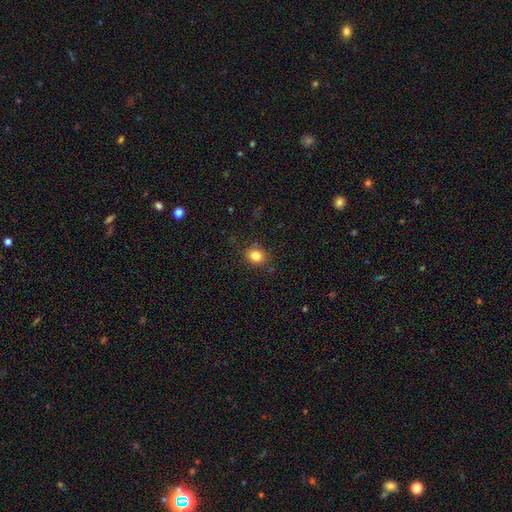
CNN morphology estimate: Smooth or featured? Predicted: smooth (p=0.82). How rounded? Predicted: round (p=0.60). Merging? Predicted: none (p=0.85).